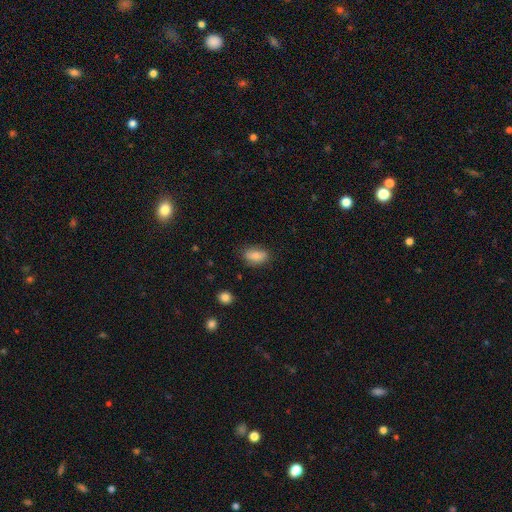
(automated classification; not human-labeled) Q: Smooth or featured?
A: smooth (83%); runner-up: featured or disk (9%)
Q: How rounded?
A: in between (88%); runner-up: round (7%)
Q: Merging?
A: none (78%); runner-up: minor disturbance (17%)